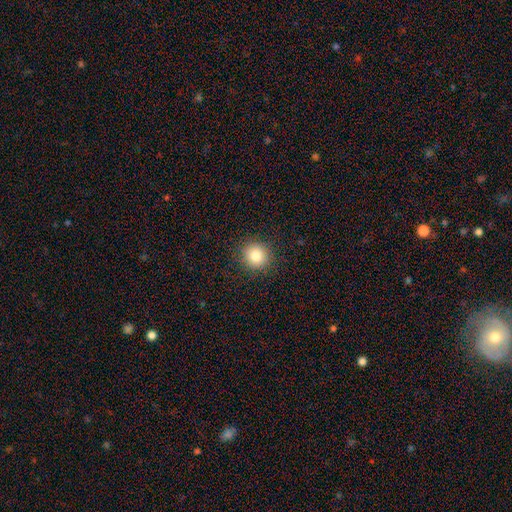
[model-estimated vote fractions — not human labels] Smooth or featured? Predicted: smooth (p=0.83). How rounded? Predicted: round (p=0.92). Merging? Predicted: none (p=0.91).